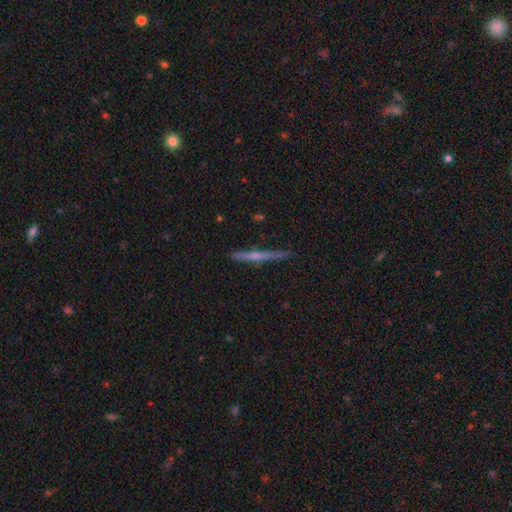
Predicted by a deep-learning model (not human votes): Smooth or featured? Predicted: featured or disk (p=0.67). Edge-on disk? Predicted: yes (p=0.98). Edge-on bulge? Predicted: rounded (p=0.67). Merging? Predicted: none (p=0.86).